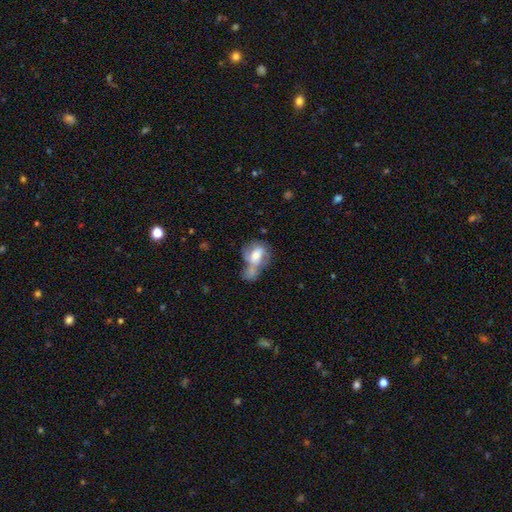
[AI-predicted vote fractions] The model was most divided on "smooth or featured": smooth: 55%, featured or disk: 37%, star or artifact: 7%. More confident: how rounded — in between (70%); merging — merger (51%).